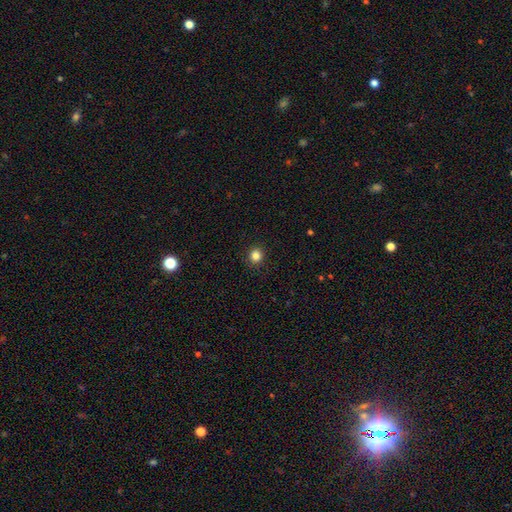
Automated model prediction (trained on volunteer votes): The model was most divided on "smooth or featured": smooth: 83%, star or artifact: 12%, featured or disk: 4%. More confident: merging — none (92%); how rounded — round (92%).